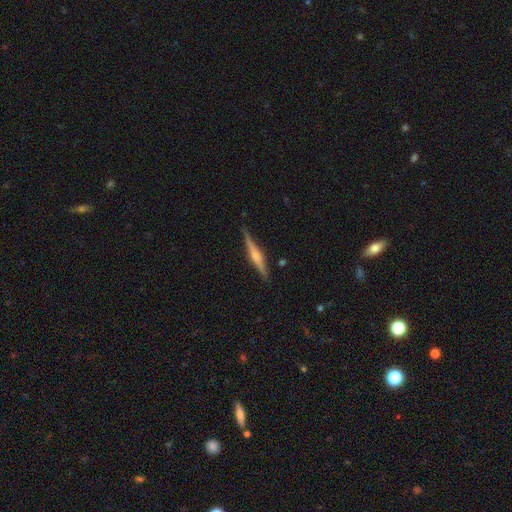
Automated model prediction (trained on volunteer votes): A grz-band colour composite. It shows a featured or disk galaxy (76%) viewed edge-on (98%) with a rounded central bulge (85%). Merging: none (90%).